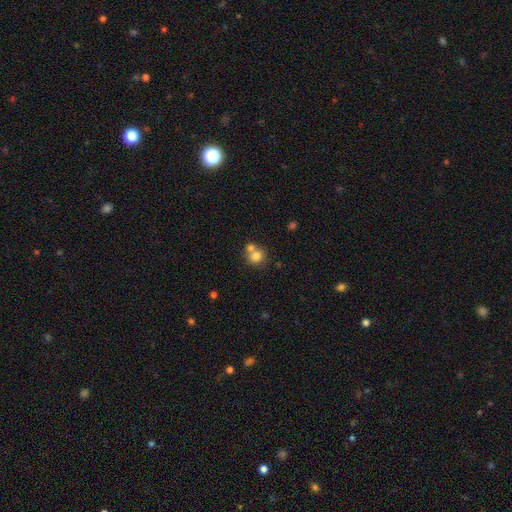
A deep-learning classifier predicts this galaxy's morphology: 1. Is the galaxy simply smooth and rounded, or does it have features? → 78% smooth, 12% featured or disk, 11% star or artifact.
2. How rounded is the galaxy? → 82% round, 18% in between, 1% cigar-shaped.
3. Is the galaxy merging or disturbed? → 45% none, 43% merger, 8% minor disturbance, 3% major disturbance.